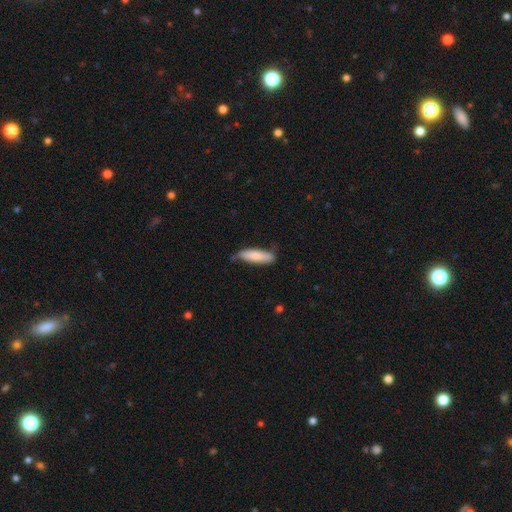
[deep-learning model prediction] A smooth galaxy with no disk features (81%) that is cigar-shaped (66%).

Vote fractions:
- Smooth or featured? smooth: 81% / featured or disk: 14% / star or artifact: 5%
- How rounded? cigar-shaped: 66% / in between: 32% / round: 1%
- Merging? none: 68% / minor disturbance: 26% / major disturbance: 4% / merger: 2%